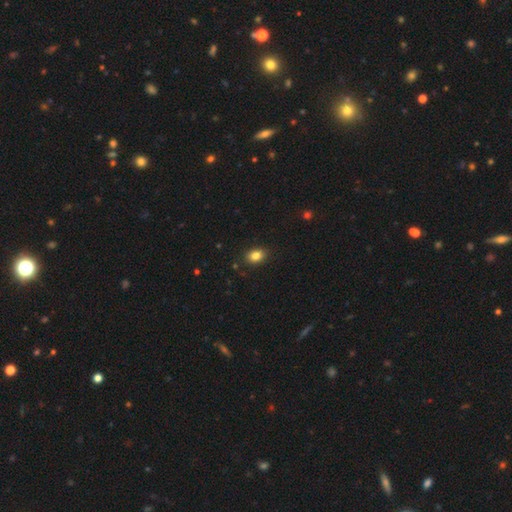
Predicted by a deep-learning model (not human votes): This appears to be a smooth galaxy with no disk features (84%) that is in between round and cigar-shaped (72%). Merging: none (88%).